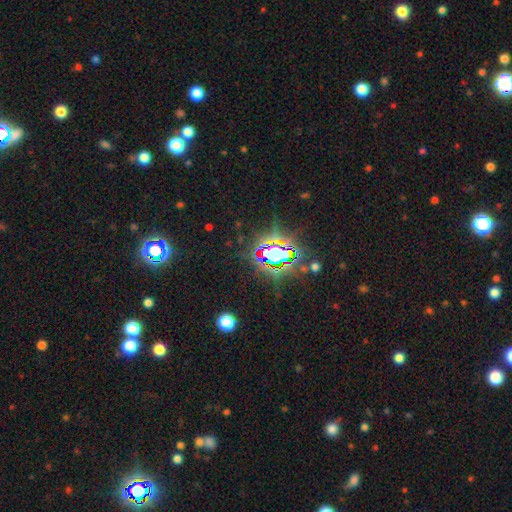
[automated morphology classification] A star or artifact, not a galaxy (83%).

Vote fractions:
- Smooth or featured? star or artifact: 83% / smooth: 10% / featured or disk: 7%